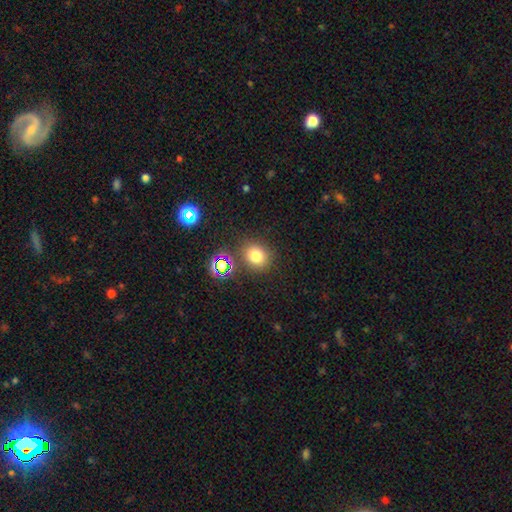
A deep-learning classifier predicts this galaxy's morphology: Smooth or featured? Predicted: smooth (p=0.72). How rounded? Predicted: round (p=0.77). Merging? Predicted: none (p=0.81).